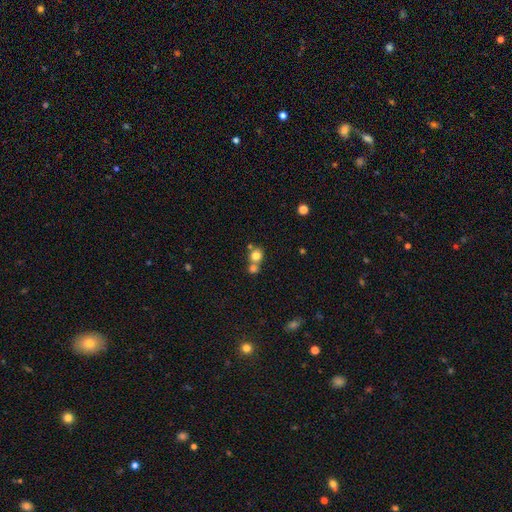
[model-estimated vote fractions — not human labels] smooth-or-featured: smooth: 78% | star or artifact: 12% | featured or disk: 10%
  how-rounded: round: 82% | in between: 17% | cigar-shaped: 1%
  merging: merger: 47% | none: 44% | minor disturbance: 7% | major disturbance: 3%